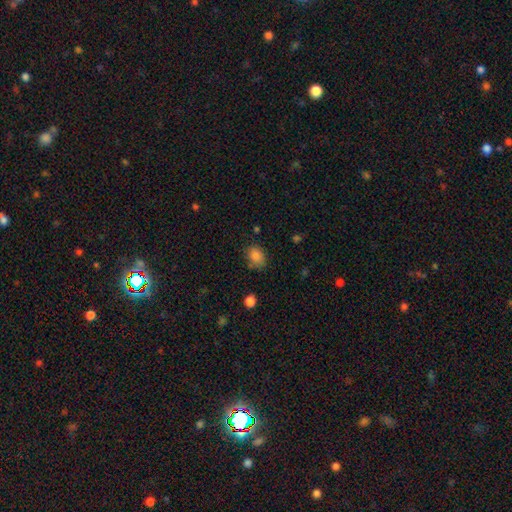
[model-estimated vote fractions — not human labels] smooth-or-featured: smooth: 85% | star or artifact: 10% | featured or disk: 5%
  how-rounded: in between: 60% | round: 39% | cigar-shaped: 1%
  merging: none: 71% | minor disturbance: 21% | major disturbance: 5% | merger: 4%